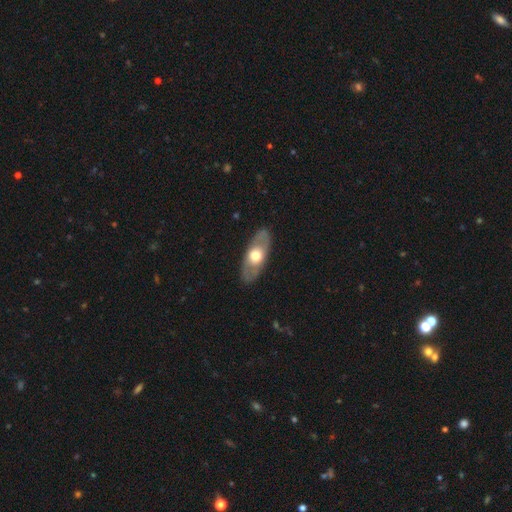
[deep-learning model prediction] Smooth or featured? Predicted: featured or disk (p=0.51). Edge-on disk? Predicted: no (p=0.75). Merging? Predicted: none (p=0.86).